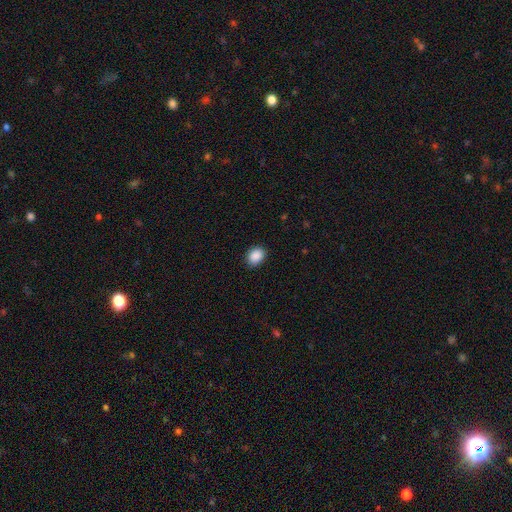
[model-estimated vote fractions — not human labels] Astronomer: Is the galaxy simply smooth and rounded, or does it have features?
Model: smooth — 89%.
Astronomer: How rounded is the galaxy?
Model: in between — 57% (runner-up: round, 43%).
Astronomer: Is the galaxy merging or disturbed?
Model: none — 88%.